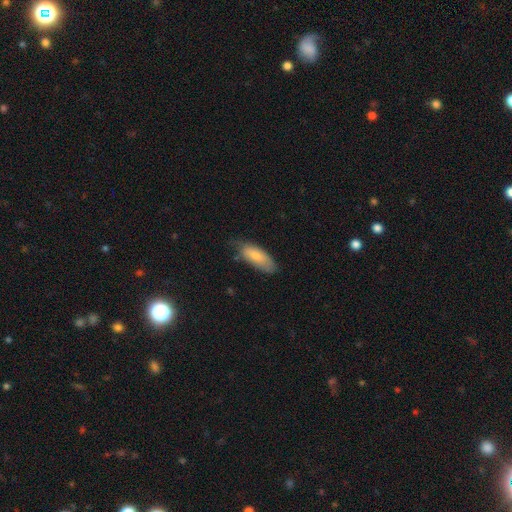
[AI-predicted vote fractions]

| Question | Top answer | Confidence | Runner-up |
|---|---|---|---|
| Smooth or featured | smooth | 79% | featured or disk (15%) |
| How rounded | in between | 75% | cigar-shaped (23%) |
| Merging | none | 54% | minor disturbance (35%) |